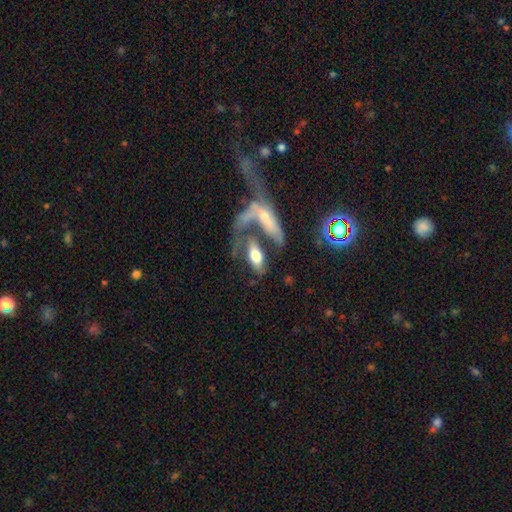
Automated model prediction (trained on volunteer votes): Smooth or featured? Predicted: smooth (p=0.60). How rounded? Predicted: in between (p=0.80). Merging? Predicted: merger (p=0.50).